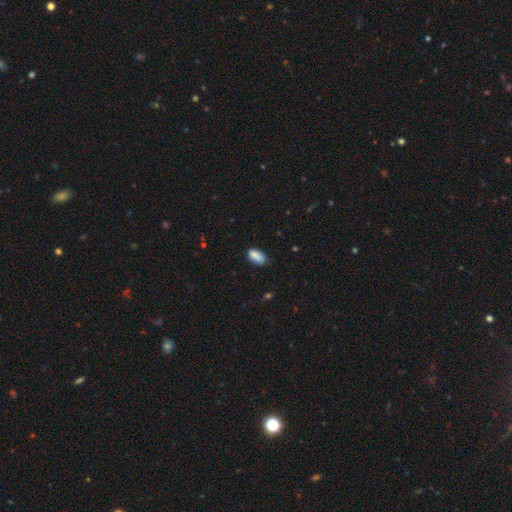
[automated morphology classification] Smooth or featured? smooth (84%)
How rounded? in between (90%)
Merging? none (65%)